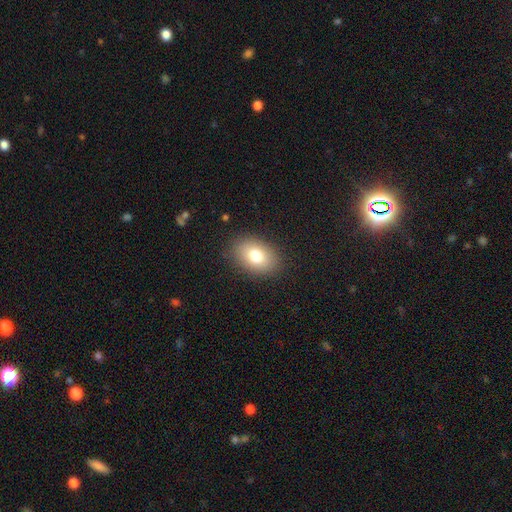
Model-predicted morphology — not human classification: Smooth or featured?
  - smooth: 78% *
  - featured or disk: 12%
  - star or artifact: 9%
How rounded?
  - in between: 83% *
  - round: 16%
  - cigar-shaped: 1%
Merging?
  - none: 87% *
  - minor disturbance: 9%
  - major disturbance: 3%
  - merger: 1%